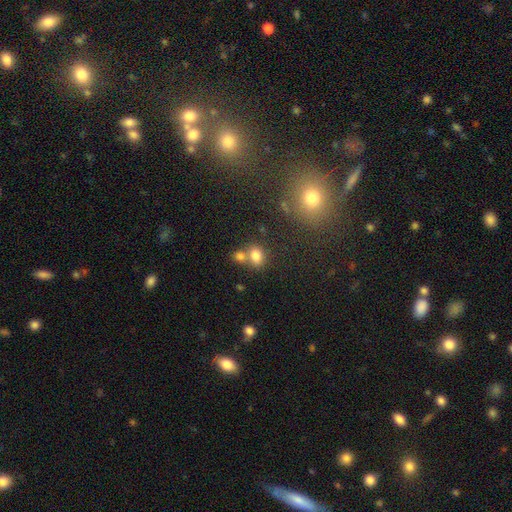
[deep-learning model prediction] Q: Smooth or featured?
A: smooth (79%); runner-up: star or artifact (13%)
Q: How rounded?
A: in between (58%); runner-up: round (41%)
Q: Merging?
A: none (45%); runner-up: merger (41%)